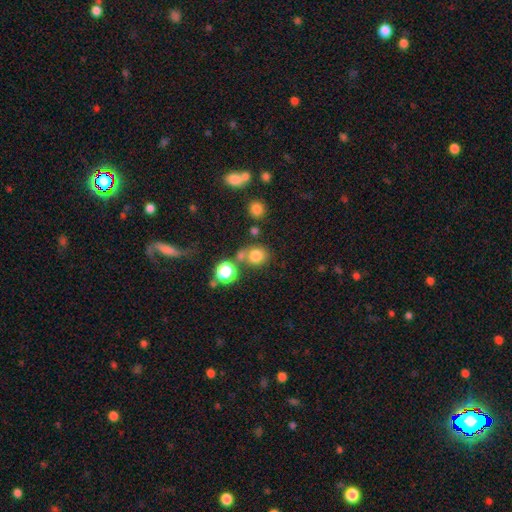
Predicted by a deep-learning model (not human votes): Smooth or featured: smooth — 76% (star or artifact — 16%)
How rounded: round — 79% (in between — 21%)
Merging: none — 65% (merger — 19%)